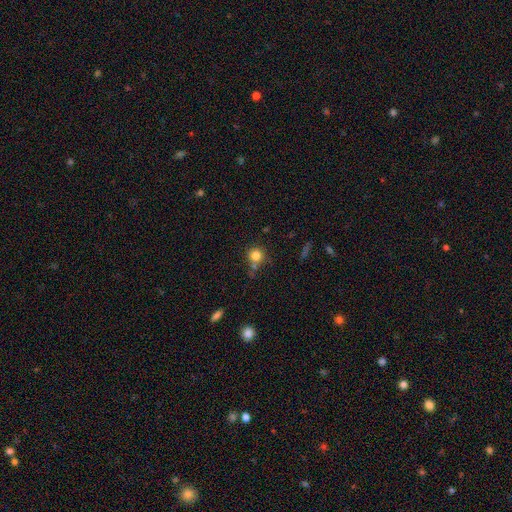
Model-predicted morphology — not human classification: This appears to be a smooth galaxy with no disk features (81%) that is round (92%). Merging: none (67%).